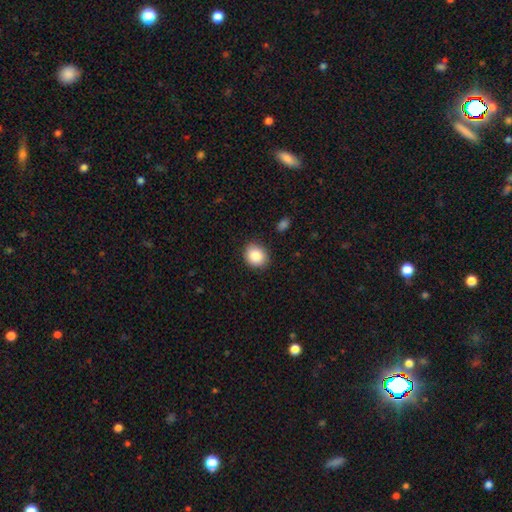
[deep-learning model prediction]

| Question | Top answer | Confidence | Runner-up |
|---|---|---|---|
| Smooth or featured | smooth | 87% | star or artifact (9%) |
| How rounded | round | 69% | in between (31%) |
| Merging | none | 87% | minor disturbance (10%) |